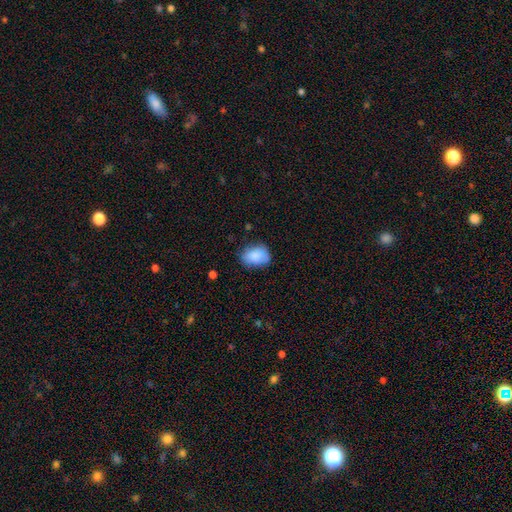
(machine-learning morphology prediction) smooth_or_featured: smooth (p=0.85) [alt: star or artifact p=0.08]
how_rounded: in between (p=0.72) [alt: round p=0.27]
merging: none (p=0.67) [alt: minor disturbance p=0.25]